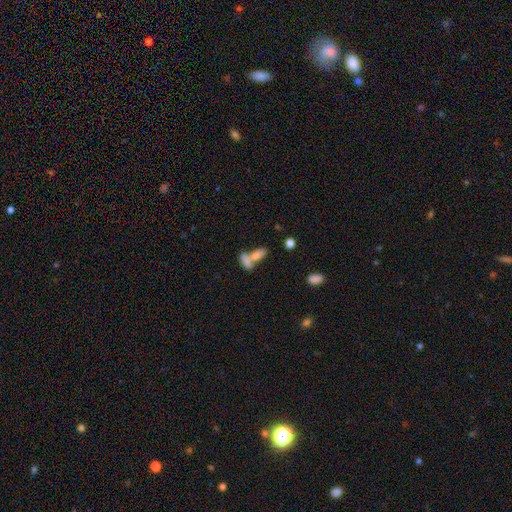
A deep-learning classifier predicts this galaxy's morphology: A smooth galaxy with no disk features (76%) that is in between round and cigar-shaped (82%). Merging: merger (64%).